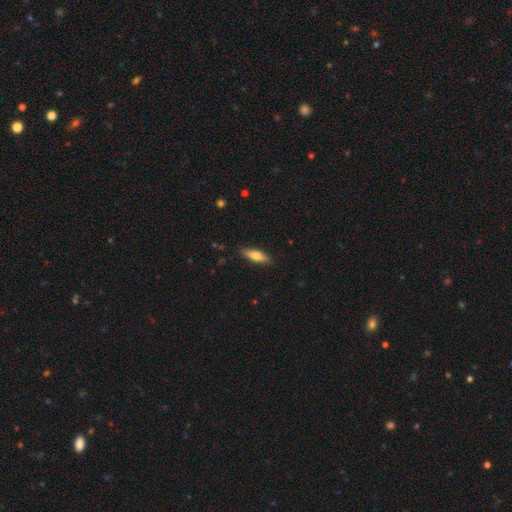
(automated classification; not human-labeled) A smooth galaxy with no disk features (73%) that is cigar-shaped (53%). Merging: none (87%).